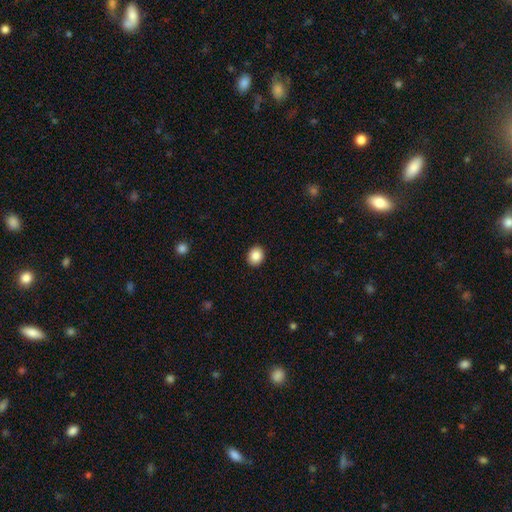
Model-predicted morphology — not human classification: This appears to be a smooth galaxy with no disk features (87%) that is round (63%). Merging: none (92%).